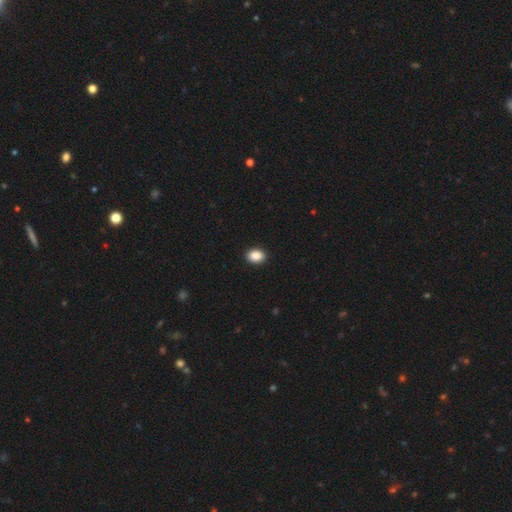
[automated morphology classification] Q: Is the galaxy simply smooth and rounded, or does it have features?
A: smooth — 89%.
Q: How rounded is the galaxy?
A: in between — 68%.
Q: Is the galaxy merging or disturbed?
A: none — 92%.